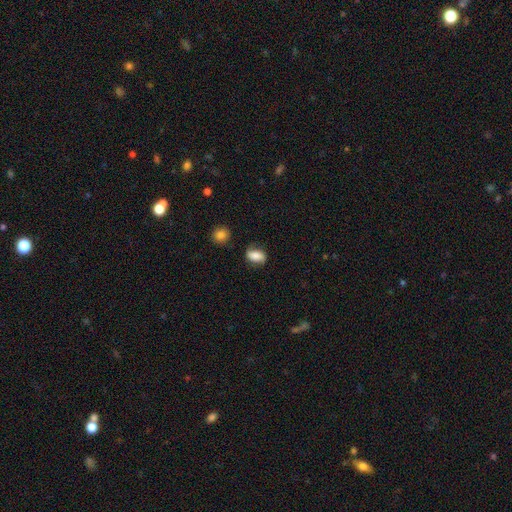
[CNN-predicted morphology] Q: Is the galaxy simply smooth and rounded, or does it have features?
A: smooth — 65%.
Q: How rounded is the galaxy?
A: in between — 82%.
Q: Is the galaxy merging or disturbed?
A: none — 70%.